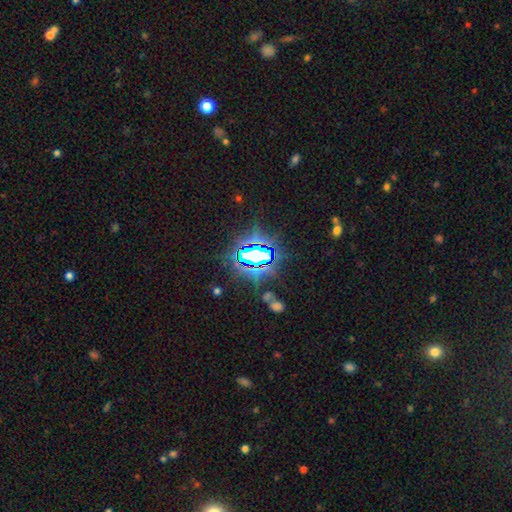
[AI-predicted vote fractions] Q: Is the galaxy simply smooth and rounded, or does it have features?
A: star or artifact — 76%.